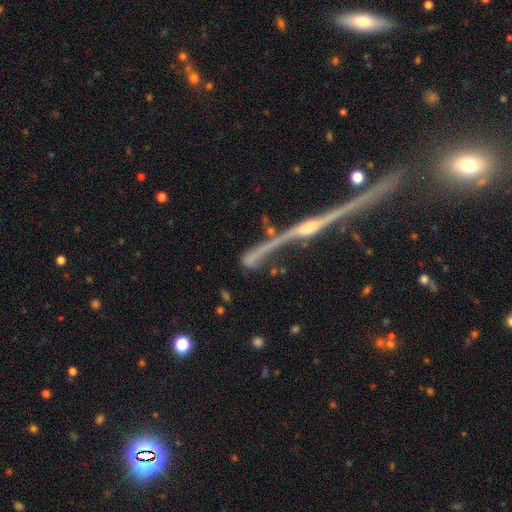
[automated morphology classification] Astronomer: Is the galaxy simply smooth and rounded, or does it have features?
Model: featured or disk — 57%.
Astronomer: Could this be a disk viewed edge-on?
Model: yes — 76%.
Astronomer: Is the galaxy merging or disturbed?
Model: none — 44% (runner-up: merger, 23%).